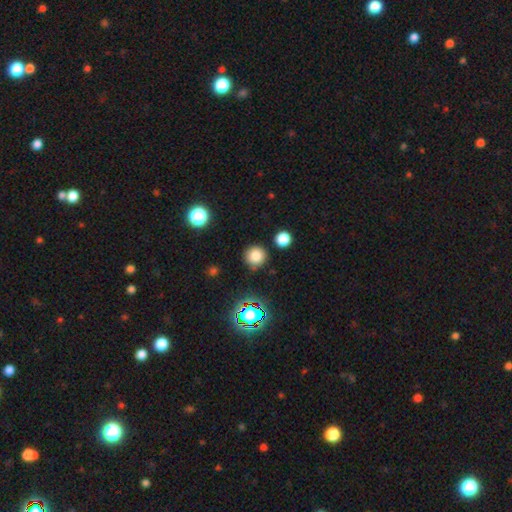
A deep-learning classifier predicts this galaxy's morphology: Smooth or featured? smooth (80%)
How rounded? round (94%)
Merging? none (85%)